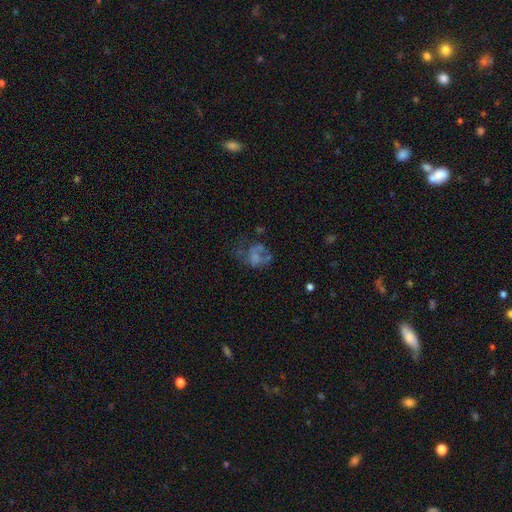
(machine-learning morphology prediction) featured or disk 45%, smooth 40%, star or artifact 15%. Down the decision tree: merging — major disturbance (38%).